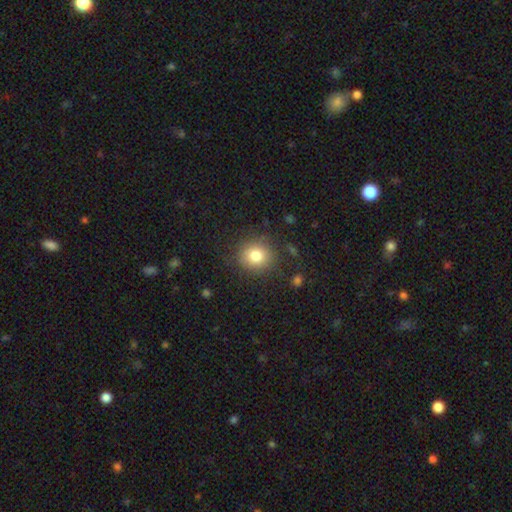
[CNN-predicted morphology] type=smooth (80%); roundness=round (84%); merging=none (83%).